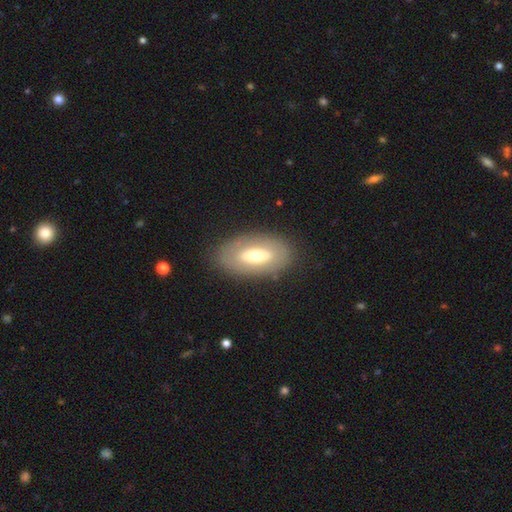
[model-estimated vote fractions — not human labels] smooth 47% (tied), featured or disk 47% (tied), star or artifact 7%. Down the decision tree: merging — none (83%).